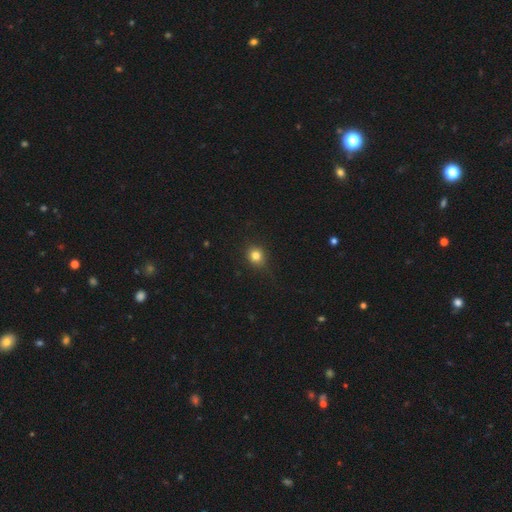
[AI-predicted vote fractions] This is clearly a smooth galaxy (82%). How rounded: likely round (79%). Merging: clearly none (84%).